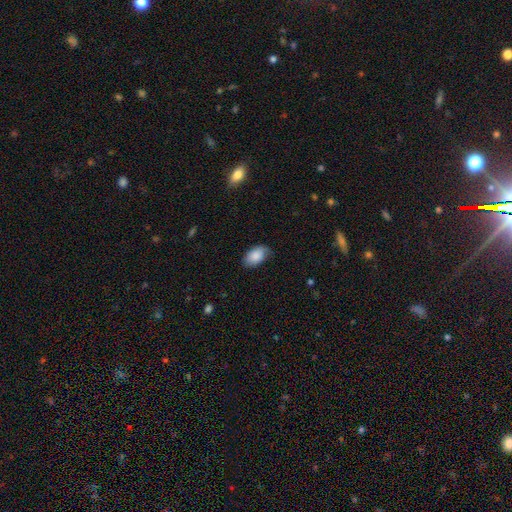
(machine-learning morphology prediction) smooth_or_featured: smooth (p=0.83) [alt: featured or disk p=0.10]
how_rounded: in between (p=0.93) [alt: round p=0.05]
merging: none (p=0.68) [alt: minor disturbance p=0.26]